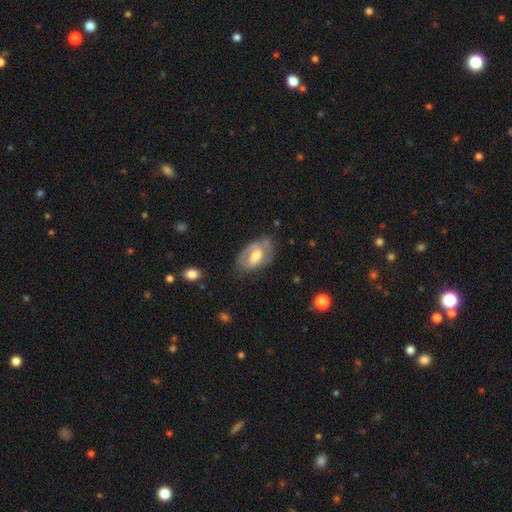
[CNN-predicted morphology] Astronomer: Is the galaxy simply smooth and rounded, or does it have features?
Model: featured or disk — 64%.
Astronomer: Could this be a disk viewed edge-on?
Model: no — 93%.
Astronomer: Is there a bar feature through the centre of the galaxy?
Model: weak — 47% (runner-up: no, 28%).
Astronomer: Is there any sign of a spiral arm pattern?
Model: yes — 71%.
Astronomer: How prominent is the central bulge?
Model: moderate — 62%.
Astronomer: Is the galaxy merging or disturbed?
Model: none — 62%.